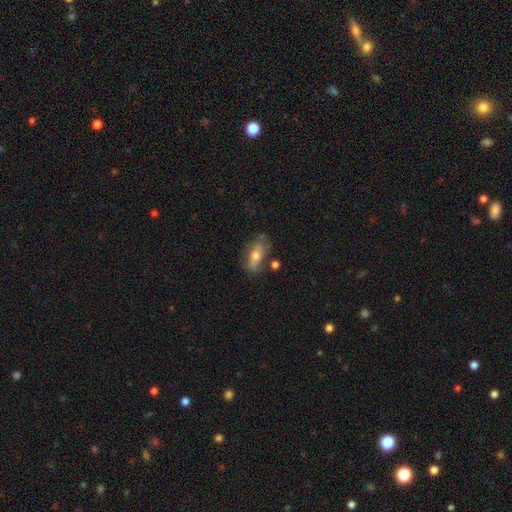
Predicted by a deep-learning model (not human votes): Smooth or featured? Predicted: smooth (p=0.45, tied with featured or disk). Merging? Predicted: none (p=0.53).